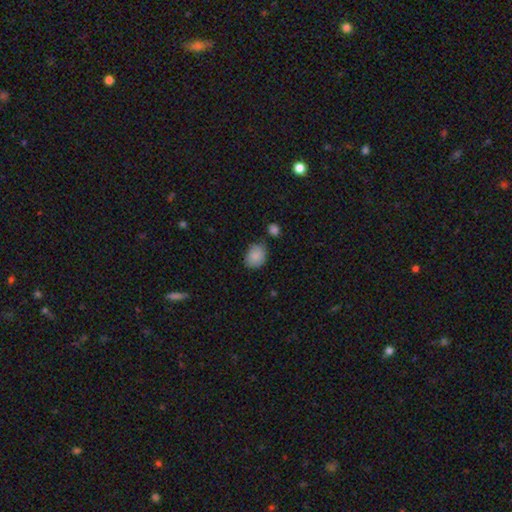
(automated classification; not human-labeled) A smooth galaxy with no disk features (88%) that is in between round and cigar-shaped (63%). Merging: none (73%).